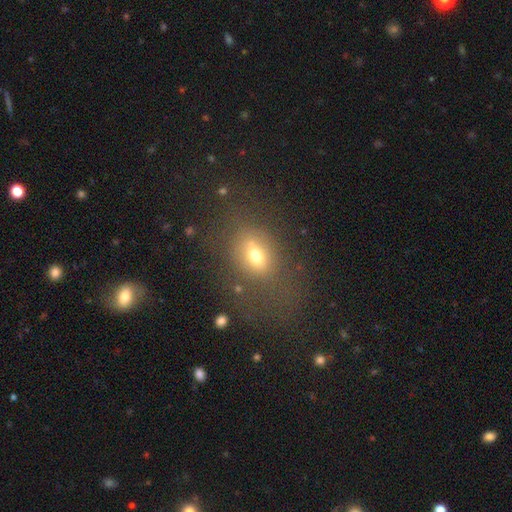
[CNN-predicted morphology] Smooth or featured: smooth — 63% (featured or disk — 20%)
How rounded: in between — 67% (round — 29%)
Merging: none — 54% (major disturbance — 19%)